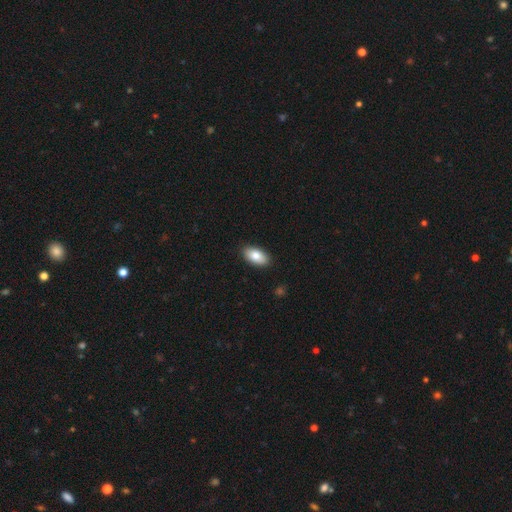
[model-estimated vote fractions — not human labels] A smooth galaxy with no disk features (83%) that is in between round and cigar-shaped (93%).

Vote fractions:
- Smooth or featured? smooth: 83% / featured or disk: 11% / star or artifact: 7%
- How rounded? in between: 93% / round: 3% / cigar-shaped: 3%
- Merging? none: 89% / minor disturbance: 8% / major disturbance: 2% / merger: 1%